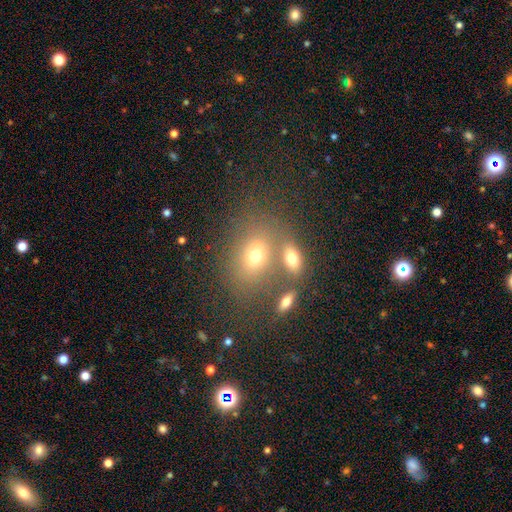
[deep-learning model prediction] Q: Smooth or featured?
A: smooth (61%); runner-up: featured or disk (23%)
Q: How rounded?
A: in between (66%); runner-up: round (31%)
Q: Merging?
A: none (46%); runner-up: merger (35%)